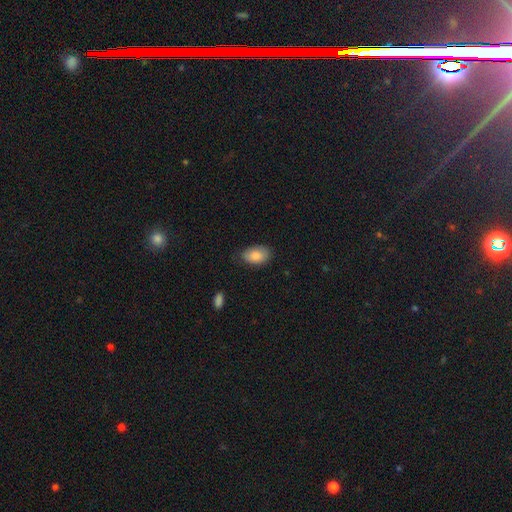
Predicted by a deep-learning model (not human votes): Morphology: type=smooth (86%); roundness=in between (90%); merging=none (72%).